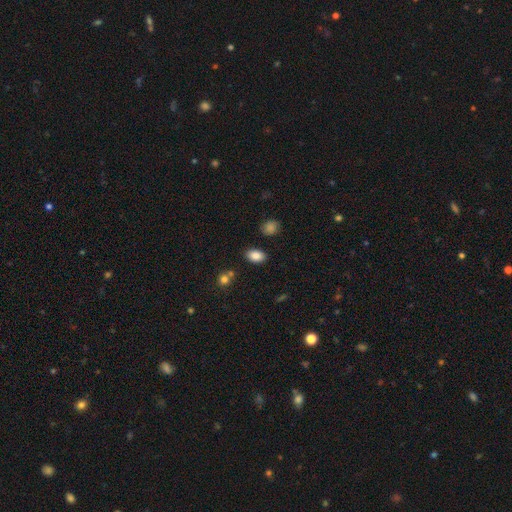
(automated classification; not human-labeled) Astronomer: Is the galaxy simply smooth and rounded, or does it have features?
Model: smooth — 85%.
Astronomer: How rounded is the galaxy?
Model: in between — 85%.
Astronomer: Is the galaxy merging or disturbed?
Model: none — 83%.